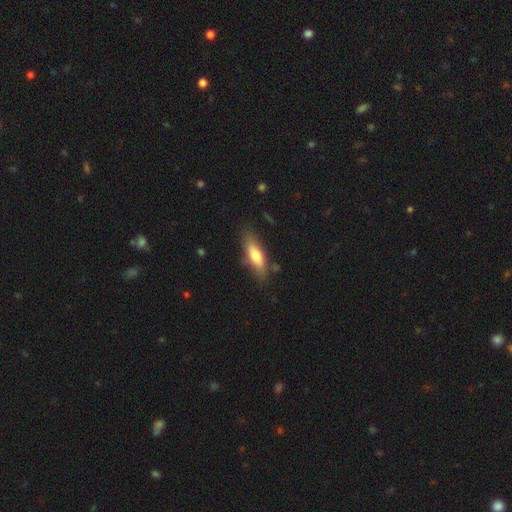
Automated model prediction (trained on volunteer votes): Smooth or featured?
  - smooth: 65% *
  - featured or disk: 29%
  - star or artifact: 6%
How rounded?
  - in between: 55% *
  - cigar-shaped: 42%
  - round: 2%
Merging?
  - none: 74% *
  - minor disturbance: 19%
  - major disturbance: 5%
  - merger: 3%